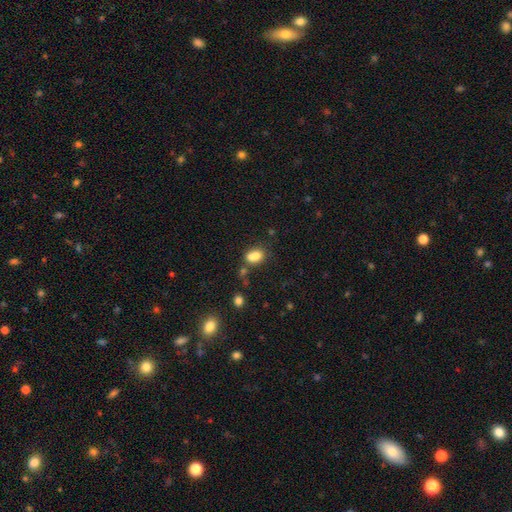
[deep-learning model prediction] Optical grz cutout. It shows a smooth galaxy with no disk features (77%) that is in between round and cigar-shaped (72%). Merging: merger (41%).